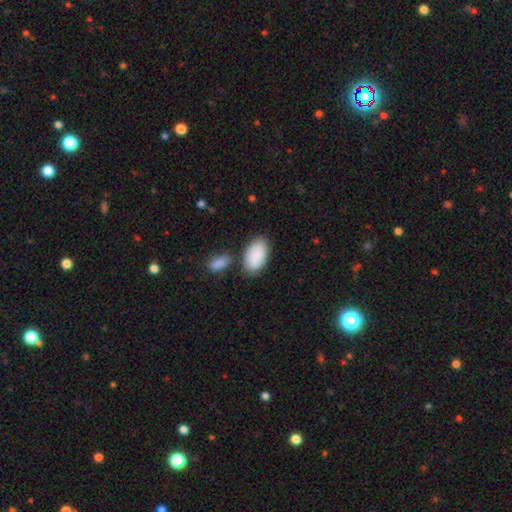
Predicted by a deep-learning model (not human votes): A smooth galaxy with no disk features (89%) that is in between round and cigar-shaped (95%). Merging: none (67%).